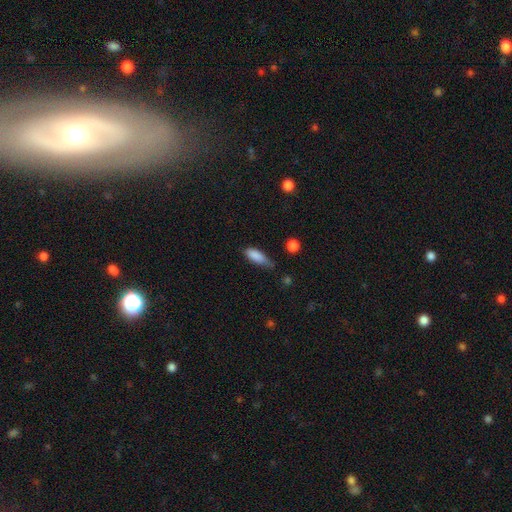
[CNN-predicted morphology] The model was most divided on "merging": minor disturbance: 44%, none: 43%, major disturbance: 10%, merger: 3%. More confident: smooth or featured — smooth (85%); how rounded — in between (70%).